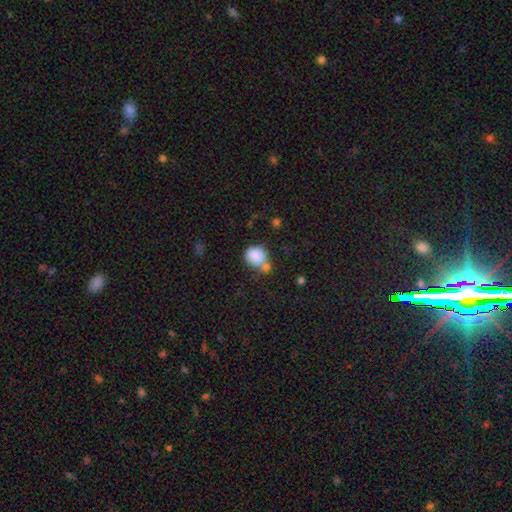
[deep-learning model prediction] This appears to be a smooth galaxy with no disk features (83%) that is round (78%). Merging: none (45%).